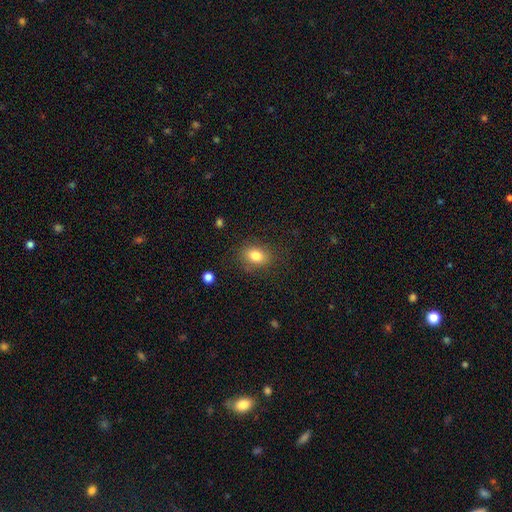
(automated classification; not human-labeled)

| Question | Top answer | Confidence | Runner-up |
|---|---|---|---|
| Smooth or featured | smooth | 81% | star or artifact (10%) |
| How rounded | in between | 64% | round (35%) |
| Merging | none | 81% | minor disturbance (13%) |